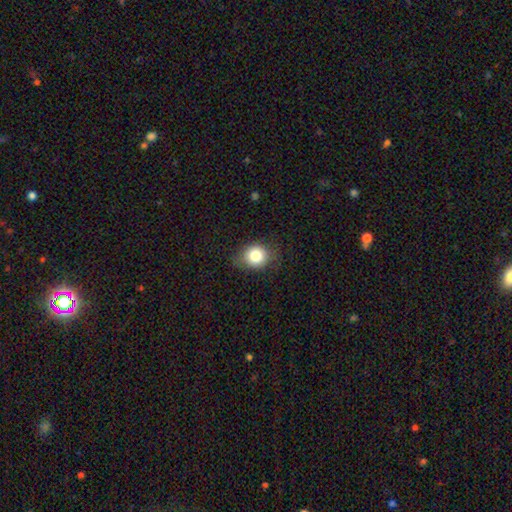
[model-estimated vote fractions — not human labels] smooth_or_featured: smooth (p=0.81) [alt: star or artifact p=0.10]
how_rounded: round (p=0.71) [alt: in between p=0.28]
merging: none (p=0.78) [alt: minor disturbance p=0.16]